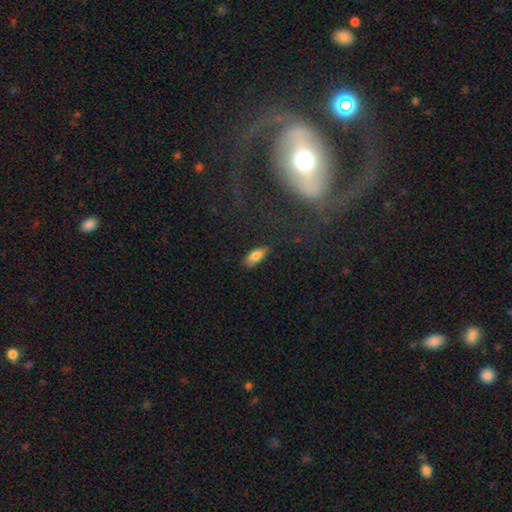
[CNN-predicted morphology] smooth-or-featured: smooth: 80% | featured or disk: 12% | star or artifact: 8%
  how-rounded: in between: 82% | cigar-shaped: 16% | round: 3%
  merging: none: 83% | minor disturbance: 13% | major disturbance: 3% | merger: 1%